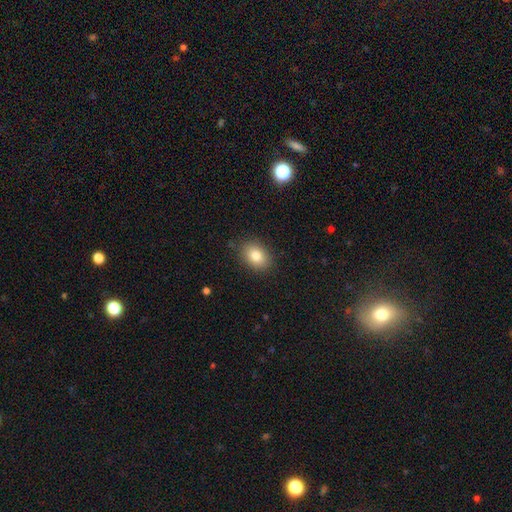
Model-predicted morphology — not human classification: Smooth or featured? smooth (82%)
How rounded? in between (72%)
Merging? none (86%)